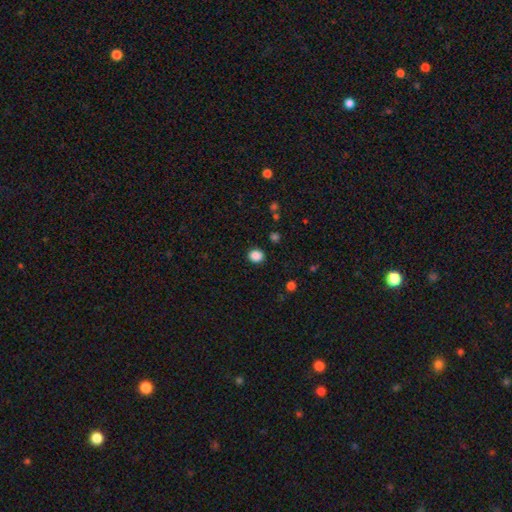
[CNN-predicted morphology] smooth_or_featured: smooth (p=0.87) [alt: star or artifact p=0.11]
how_rounded: round (p=0.74) [alt: in between p=0.25]
merging: none (p=0.89) [alt: minor disturbance p=0.07]